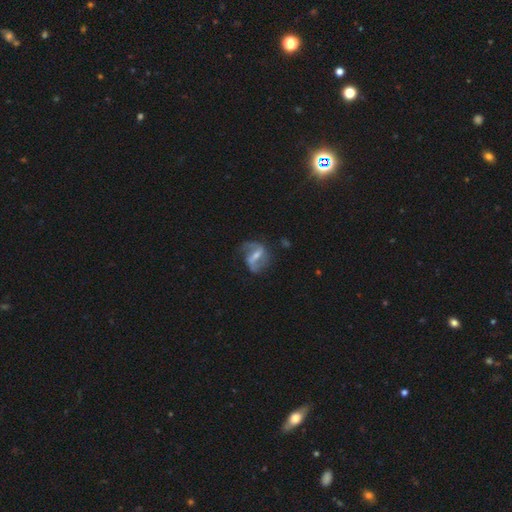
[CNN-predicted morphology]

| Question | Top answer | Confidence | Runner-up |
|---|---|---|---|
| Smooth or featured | featured or disk | 77% | smooth (16%) |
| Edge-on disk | no | 95% | yes (5%) |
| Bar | strong | 56% | weak (34%) |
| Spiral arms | yes | 84% | no (16%) |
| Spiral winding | loose | 47% | medium (39%) |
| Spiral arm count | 2 | 82% | 1 (7%) |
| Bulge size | small | 43% | moderate (36%) |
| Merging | none | 61% | minor disturbance (21%) |